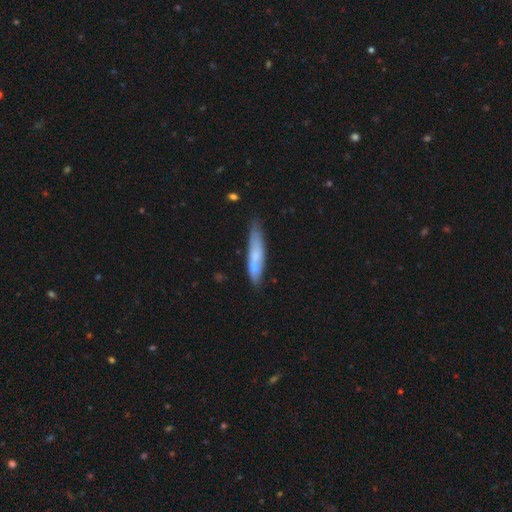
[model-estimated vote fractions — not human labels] A smooth galaxy with no disk features (62%) that is cigar-shaped (81%).

Vote fractions:
- Smooth or featured? smooth: 62% / featured or disk: 31% / star or artifact: 7%
- How rounded? cigar-shaped: 81% / in between: 17% / round: 2%
- Merging? none: 59% / minor disturbance: 25% / merger: 10% / major disturbance: 7%